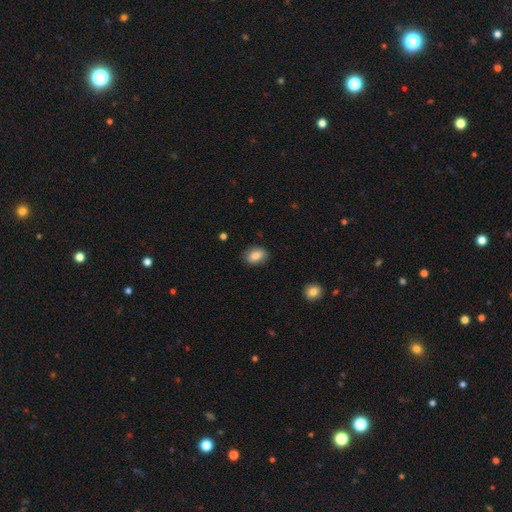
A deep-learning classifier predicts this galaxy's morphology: type=smooth (81%); roundness=in between (78%); merging=none (83%).